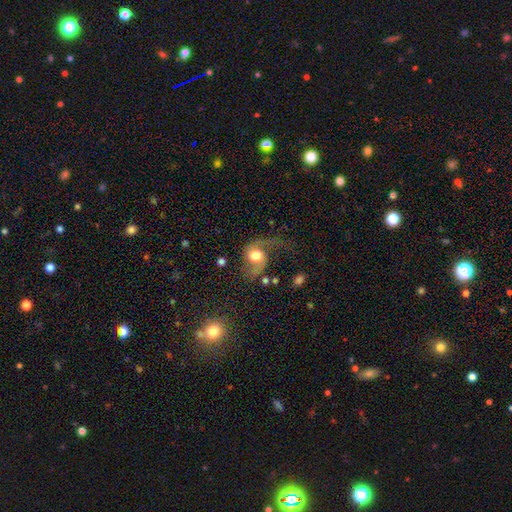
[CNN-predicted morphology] smooth-or-featured: featured or disk: 61% | smooth: 31% | star or artifact: 8%
  disk-edge-on: no: 97% | yes: 3%
    bar: no: 70% | weak: 25% | strong: 5%
    has-spiral-arms: yes: 86% | no: 14%
      spiral-winding: loose: 68% | medium: 27% | tight: 6%
      spiral-arm-count: 2: 70% | 1: 24% | can't tell: 3% | 3: 1% | 4: 1% | more than 4: 1%
    bulge-size: large: 47% | moderate: 37% | dominant: 10% | small: 4% | none: 2%
  merging: major disturbance: 37% (tied) | none: 37% (tied) | minor disturbance: 20% | merger: 5%